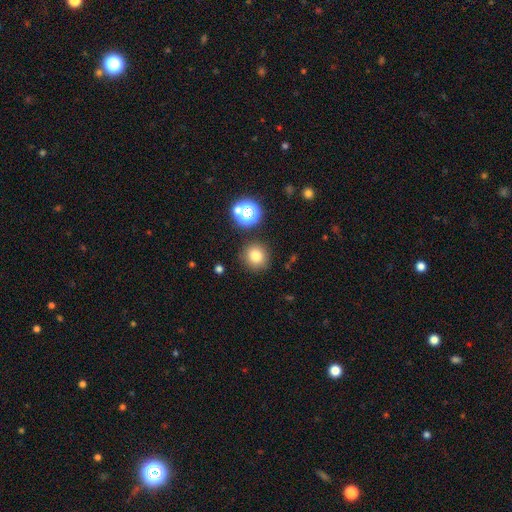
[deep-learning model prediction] smooth 78%, star or artifact 15%, featured or disk 7%. Down the decision tree: how rounded — round (92%); merging — none (86%).